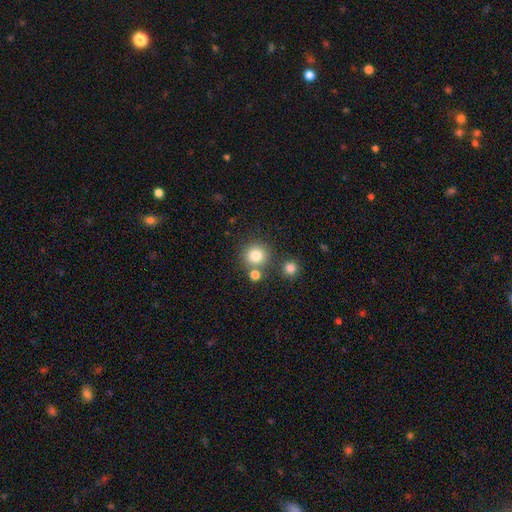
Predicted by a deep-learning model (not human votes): smooth-or-featured: smooth: 80% | star or artifact: 12% | featured or disk: 7%
  how-rounded: round: 92% | in between: 7% | cigar-shaped: 1%
  merging: none: 75% | merger: 13% | minor disturbance: 8% | major disturbance: 3%